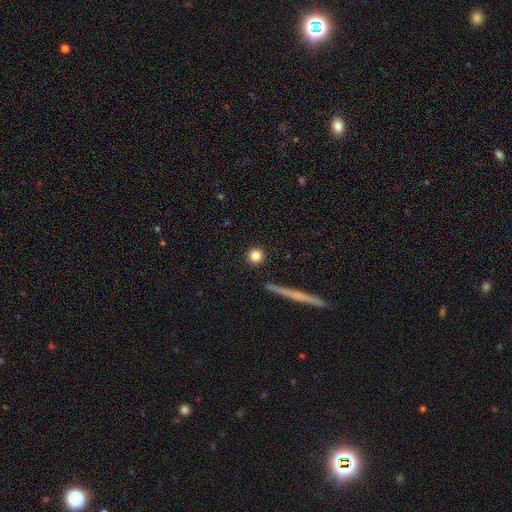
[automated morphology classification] A smooth galaxy with no disk features (81%) that is round (95%).

Vote fractions:
- Smooth or featured? smooth: 81% / star or artifact: 10% / featured or disk: 9%
- How rounded? round: 95% / in between: 4% / cigar-shaped: 2%
- Merging? none: 92% / minor disturbance: 5% / merger: 2% / major disturbance: 2%